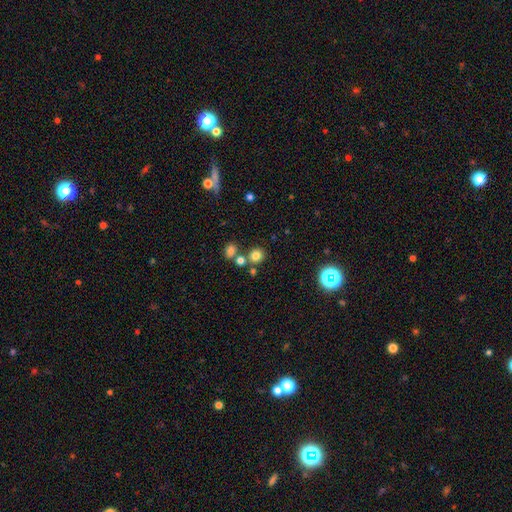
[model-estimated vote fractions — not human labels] smooth_or_featured: smooth (p=0.77) [alt: star or artifact p=0.16]
how_rounded: round (p=0.85) [alt: in between p=0.14]
merging: none (p=0.70) [alt: merger p=0.19]